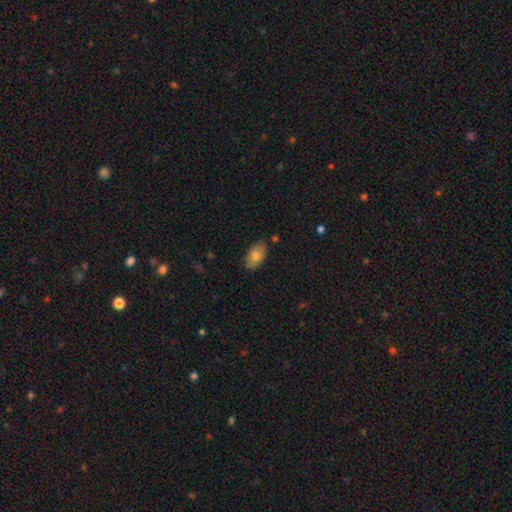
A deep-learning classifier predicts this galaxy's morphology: Smooth or featured: smooth — 76% (featured or disk — 17%)
How rounded: in between — 93% (round — 5%)
Merging: none — 84% (minor disturbance — 13%)